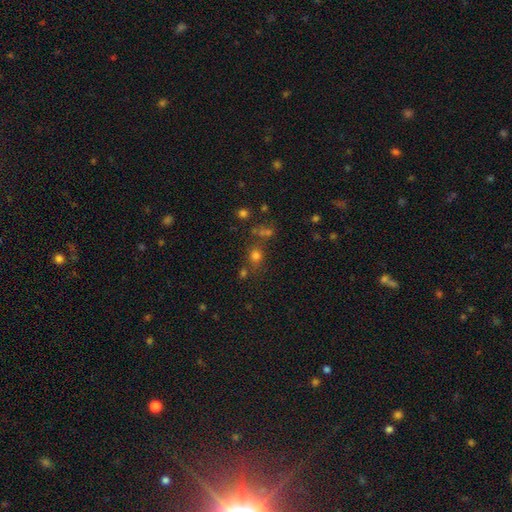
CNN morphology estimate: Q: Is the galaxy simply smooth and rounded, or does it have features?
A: smooth — 63%.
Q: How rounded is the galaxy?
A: round — 80%.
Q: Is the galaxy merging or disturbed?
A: none — 66%.